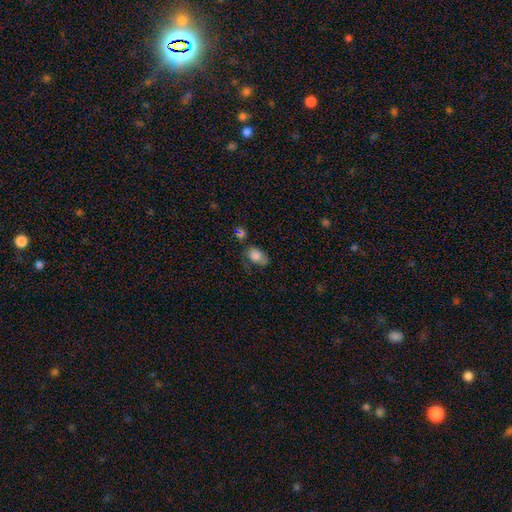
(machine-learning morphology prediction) Smooth or featured? Predicted: smooth (p=0.78). How rounded? Predicted: in between (p=0.81). Merging? Predicted: none (p=0.46).